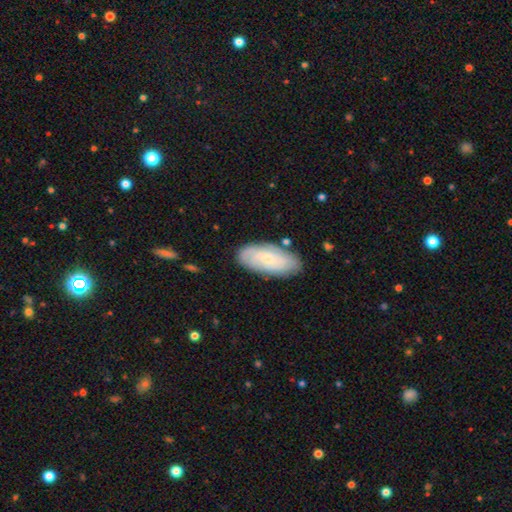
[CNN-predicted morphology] Smooth or featured?
  - smooth: 48% *
  - featured or disk: 46%
  - star or artifact: 6%
Merging?
  - none: 79% *
  - minor disturbance: 15%
  - major disturbance: 3%
  - merger: 3%